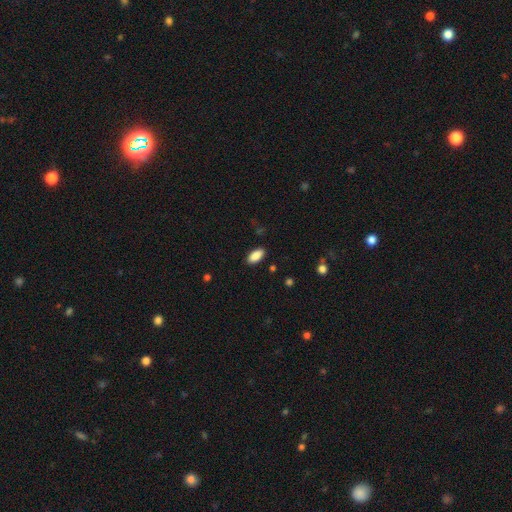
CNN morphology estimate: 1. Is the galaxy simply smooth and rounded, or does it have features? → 88% smooth, 7% star or artifact, 5% featured or disk.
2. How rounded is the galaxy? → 88% in between, 10% cigar-shaped, 2% round.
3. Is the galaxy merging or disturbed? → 88% none, 9% minor disturbance, 2% major disturbance, 1% merger.